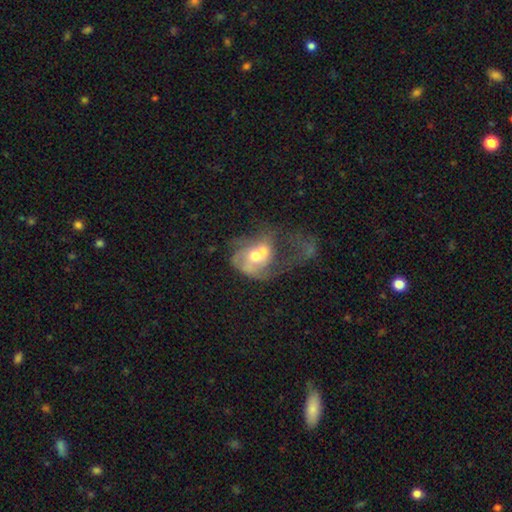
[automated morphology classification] Overall: featured or disk (57%; smooth 35%). Edge-on disk: no (96%). Bar: no (75%). Spiral arms: no (56%; yes 44%). Bulge size: moderate (67%). Merging: merger (54%; major disturbance 29%).